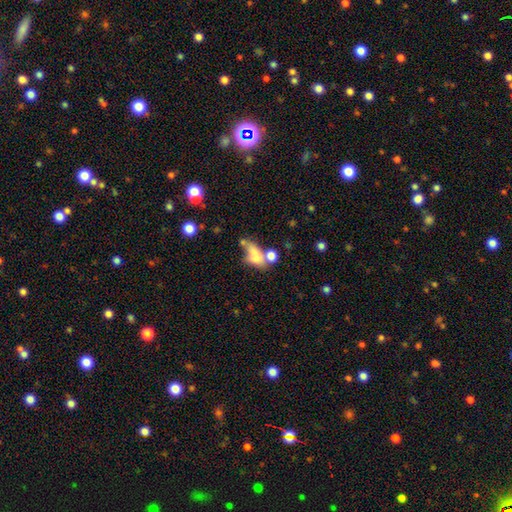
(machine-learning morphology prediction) This appears to be a smooth galaxy with no disk features (62%) that is in between round and cigar-shaped (73%). Merging: merger (47%).